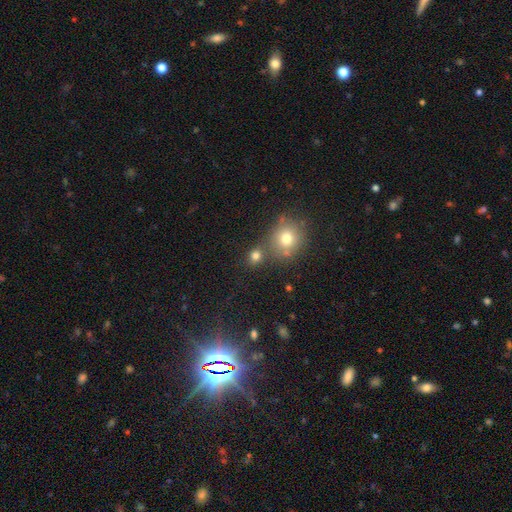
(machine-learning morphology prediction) A smooth galaxy with no disk features (76%) that is round (76%).

Vote fractions:
- Smooth or featured? smooth: 76% / star or artifact: 16% / featured or disk: 8%
- How rounded? round: 76% / in between: 23% / cigar-shaped: 1%
- Merging? none: 64% / merger: 22% / minor disturbance: 10% / major disturbance: 4%